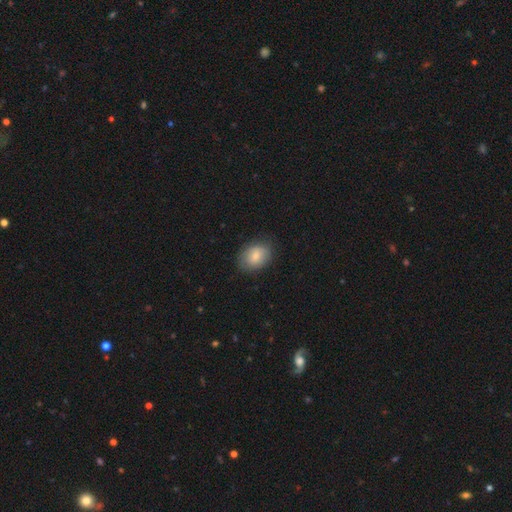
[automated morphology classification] The model was most divided on "how rounded": in between: 70%, round: 29%, cigar-shaped: 1%. More confident: smooth or featured — smooth (81%); merging — none (80%).